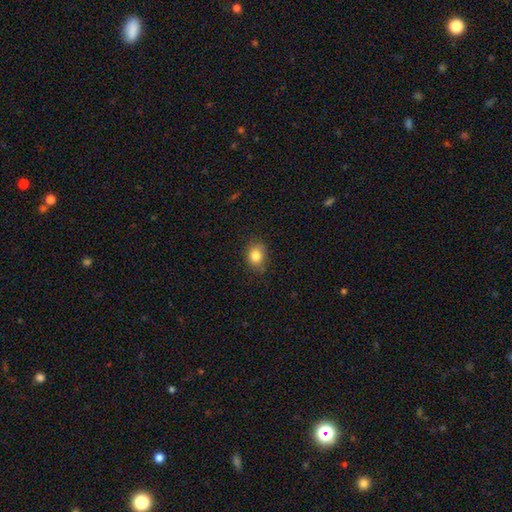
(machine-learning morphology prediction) The model was most divided on "how rounded": round: 55%, in between: 44%, cigar-shaped: 1%. More confident: smooth or featured — smooth (83%); merging — none (77%).